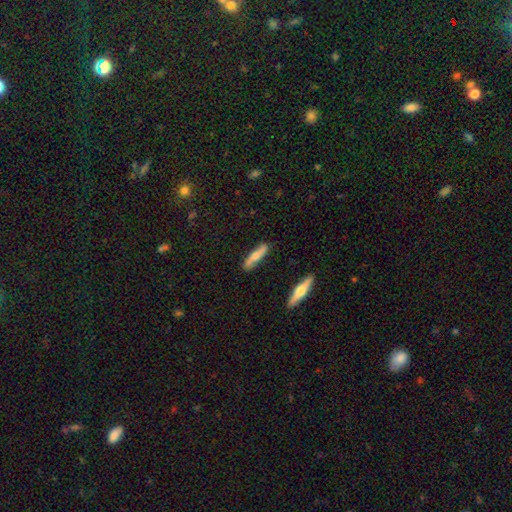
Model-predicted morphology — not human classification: This appears to be a featured or disk galaxy (51%) viewed edge-on (70%). Merging: none (84%).